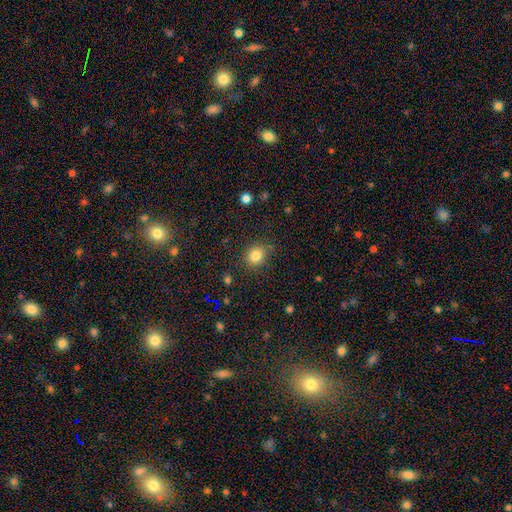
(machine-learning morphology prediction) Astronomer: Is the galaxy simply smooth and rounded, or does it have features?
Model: smooth — 82%.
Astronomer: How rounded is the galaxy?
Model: round — 78%.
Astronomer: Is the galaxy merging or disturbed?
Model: none — 81%.